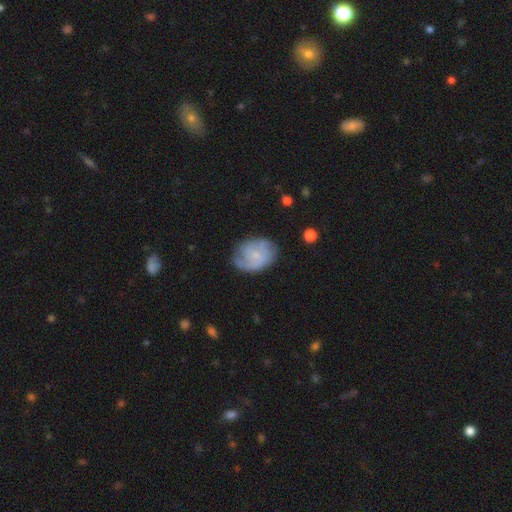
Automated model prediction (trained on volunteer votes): smooth-or-featured: featured or disk: 58% | smooth: 35% | star or artifact: 7%
  disk-edge-on: no: 97% | yes: 3%
    bar: no: 66% | weak: 30% | strong: 4%
    has-spiral-arms: yes: 82% | no: 18%
    bulge-size: small: 74% | moderate: 16% | none: 8% | large: 1% | dominant: 1%
  merging: none: 61% | minor disturbance: 26% | major disturbance: 11% | merger: 2%